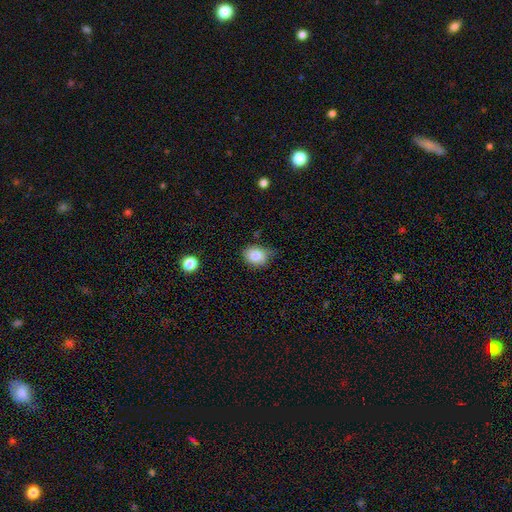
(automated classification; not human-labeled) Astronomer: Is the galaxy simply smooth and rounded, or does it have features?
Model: smooth — 85%.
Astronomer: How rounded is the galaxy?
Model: in between — 54% (runner-up: round, 46%).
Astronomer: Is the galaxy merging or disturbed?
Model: none — 61%.